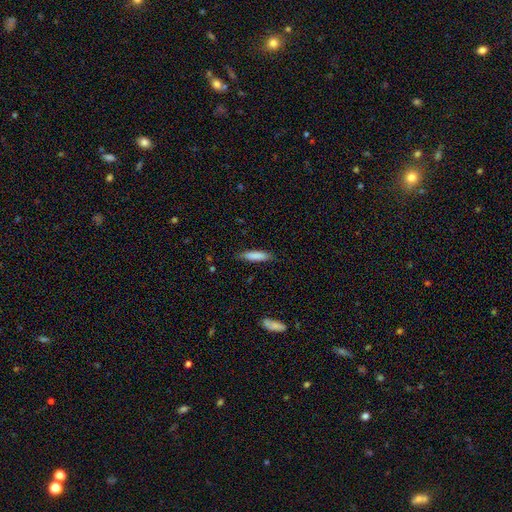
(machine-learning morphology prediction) smooth-or-featured: smooth: 84% | featured or disk: 10% | star or artifact: 6%
  how-rounded: cigar-shaped: 74% | in between: 25% | round: 1%
  merging: none: 83% | minor disturbance: 13% | major disturbance: 3% | merger: 1%